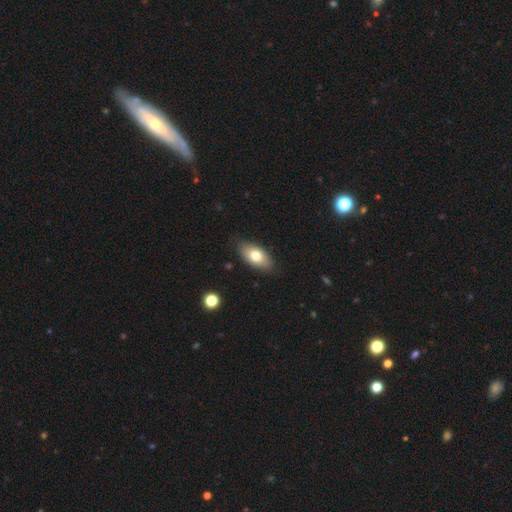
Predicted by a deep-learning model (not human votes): smooth 74%, featured or disk 19%, star or artifact 7%. Down the decision tree: how rounded — in between (91%); merging — none (84%).